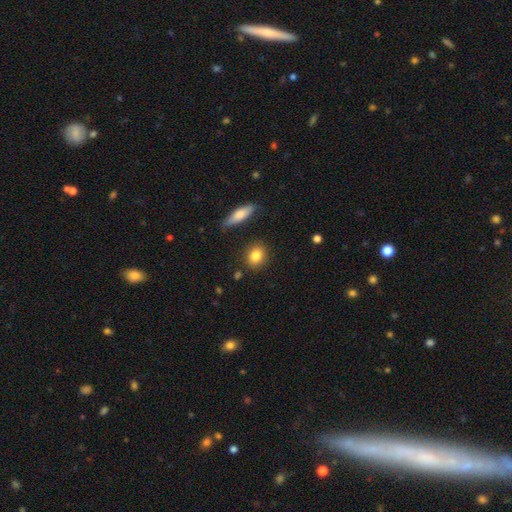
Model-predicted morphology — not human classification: Q: Smooth or featured?
A: smooth (84%); runner-up: featured or disk (8%)
Q: How rounded?
A: round (54%); runner-up: in between (43%)
Q: Merging?
A: none (85%); runner-up: minor disturbance (9%)